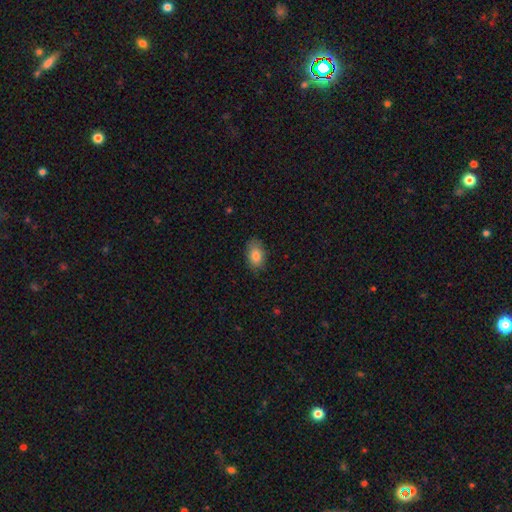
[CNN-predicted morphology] Smooth or featured? smooth (84%)
How rounded? in between (88%)
Merging? none (81%)